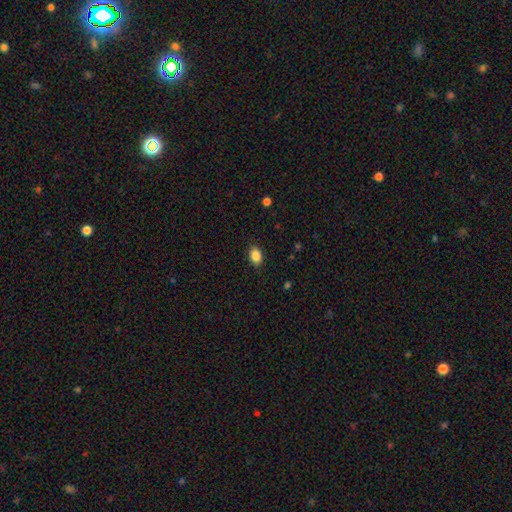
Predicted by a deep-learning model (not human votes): Smooth or featured: smooth — 87% (star or artifact — 9%)
How rounded: in between — 77% (round — 22%)
Merging: none — 87% (minor disturbance — 9%)